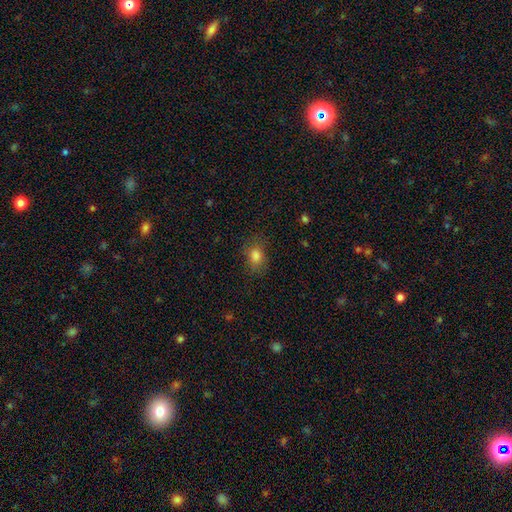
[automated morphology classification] smooth-or-featured: smooth: 81% | star or artifact: 12% | featured or disk: 7%
  how-rounded: in between: 69% | round: 29% | cigar-shaped: 2%
  merging: none: 75% | minor disturbance: 17% | major disturbance: 7% | merger: 1%